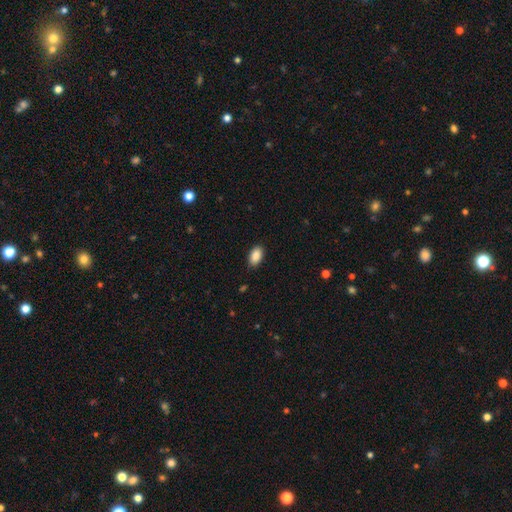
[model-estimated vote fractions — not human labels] The model was most divided on "merging": none: 86%, minor disturbance: 10%, major disturbance: 2%, merger: 1%. More confident: how rounded — in between (93%); smooth or featured — smooth (90%).